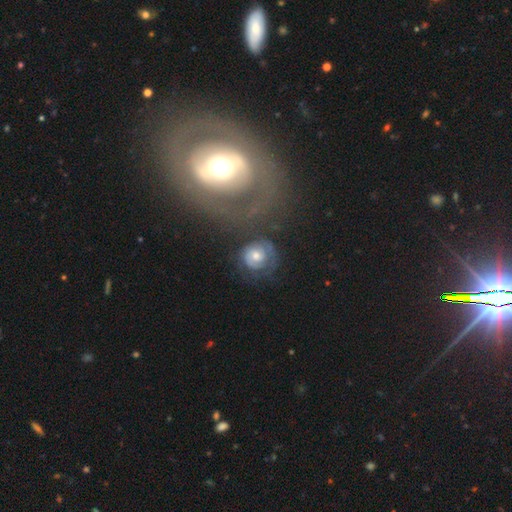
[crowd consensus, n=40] This is likely a featured or disk galaxy (70%). It is clearly not viewed edge-on (93%). Bar: clearly no (92%). Spiral arm pattern: likely yes (69%). Spiral arm count: possibly can't tell (50%). Spiral winding: likely tight (78%). Central bulge: likely moderate (73%). Merging: marginally none (45%).